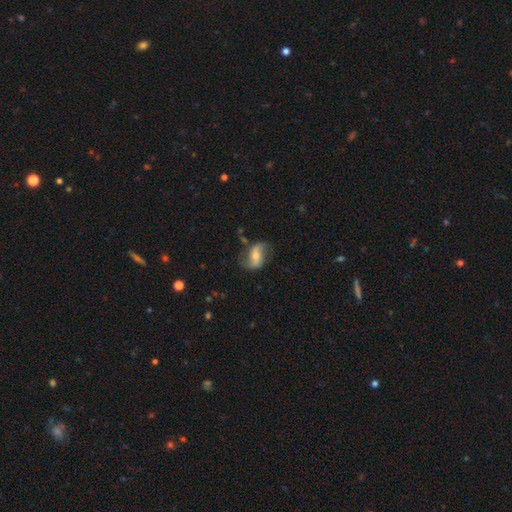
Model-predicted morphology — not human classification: smooth_or_featured: featured or disk (p=0.75) [alt: smooth p=0.18]
disk_edge_on: no (p=0.95) [alt: yes p=0.05]
bar: weak (p=0.35) [alt: no p=0.34]
has_spiral_arms: yes (p=0.91) [alt: no p=0.09]
spiral_winding: loose (p=0.71) [alt: medium p=0.22]
spiral_arm_count: 2 (p=0.91) [alt: can't tell p=0.04]
bulge_size: moderate (p=0.56) [alt: small p=0.37]
merging: none (p=0.72) [alt: minor disturbance p=0.18]